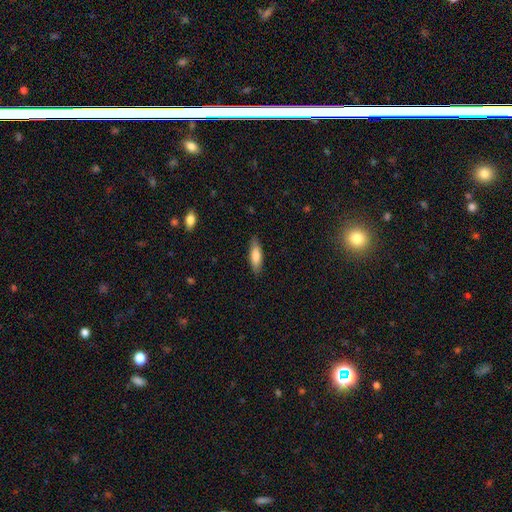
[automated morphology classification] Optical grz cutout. It shows a smooth galaxy with no disk features (76%) that is cigar-shaped (53%). Merging: none (87%).